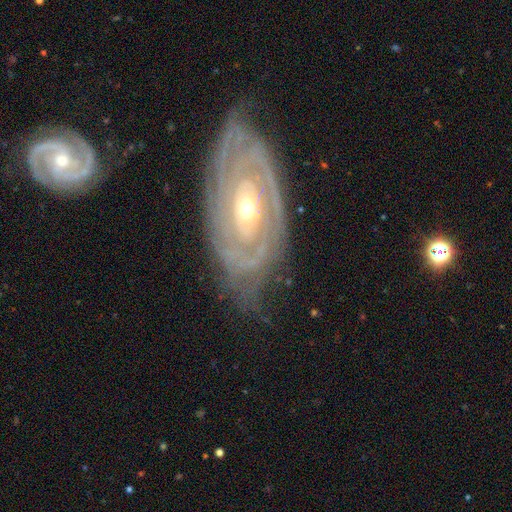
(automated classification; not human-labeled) featured or disk 87%, smooth 8%, star or artifact 6%. Down the decision tree: edge-on disk — no (93%); bar — no (51%); spiral arms — yes (90%); spiral arm count — can't tell (37%); spiral winding — tight (79%); bulge size — moderate (54%); merging — none (73%).